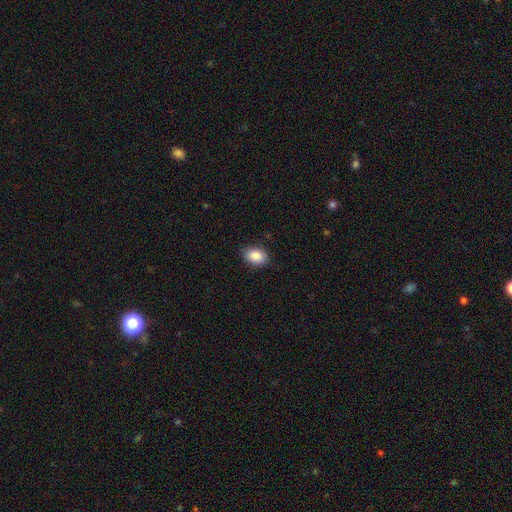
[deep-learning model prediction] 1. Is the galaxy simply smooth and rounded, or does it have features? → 88% smooth, 7% star or artifact, 5% featured or disk.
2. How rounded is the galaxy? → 84% in between, 15% round, 1% cigar-shaped.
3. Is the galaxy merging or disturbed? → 85% none, 12% minor disturbance, 2% major disturbance, 1% merger.